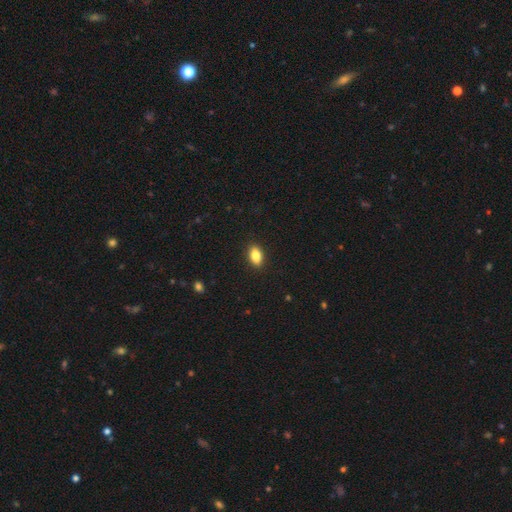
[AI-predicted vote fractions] Smooth or featured? smooth (85%)
How rounded? in between (89%)
Merging? none (89%)